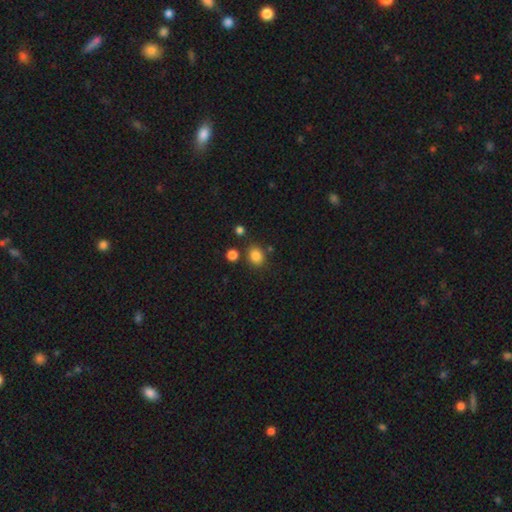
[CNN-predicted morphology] The model was most divided on "how rounded": round: 61%, in between: 38%, cigar-shaped: 1%. More confident: smooth or featured — smooth (84%); merging — none (79%).